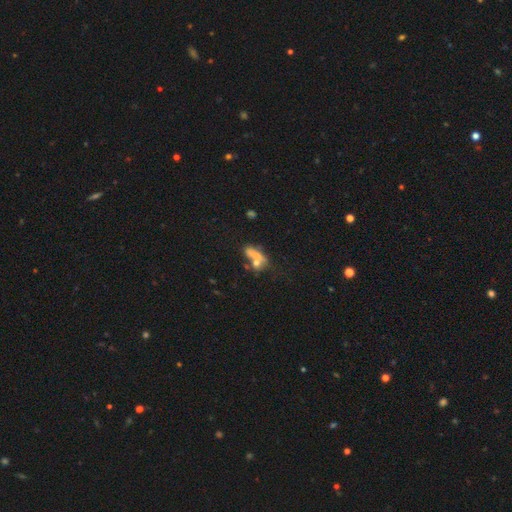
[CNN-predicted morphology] Smooth or featured? Predicted: smooth (p=0.56). How rounded? Predicted: in between (p=0.66). Merging? Predicted: merger (p=0.47).